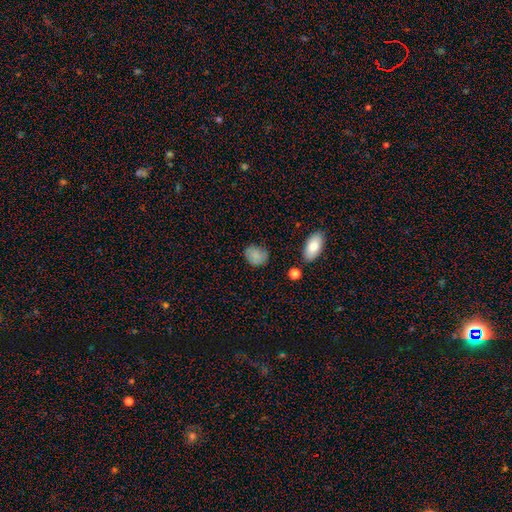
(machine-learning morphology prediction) smooth_or_featured: smooth (p=0.83) [alt: star or artifact p=0.08]
how_rounded: round (p=0.52) [alt: in between p=0.47]
merging: none (p=0.72) [alt: minor disturbance p=0.20]